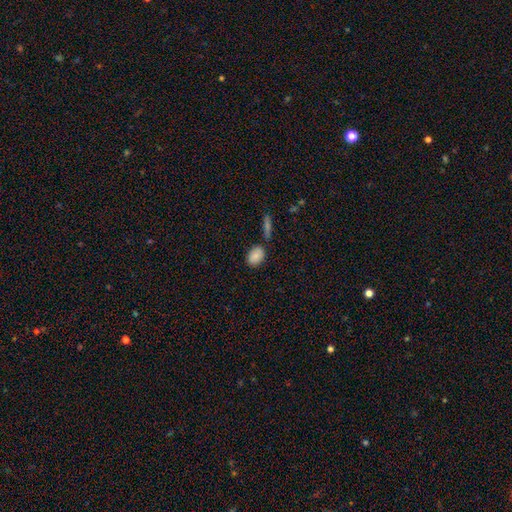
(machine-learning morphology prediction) The model was most divided on "merging": none: 73%, minor disturbance: 14%, merger: 10%, major disturbance: 3%. More confident: how rounded — in between (86%); smooth or featured — smooth (85%).